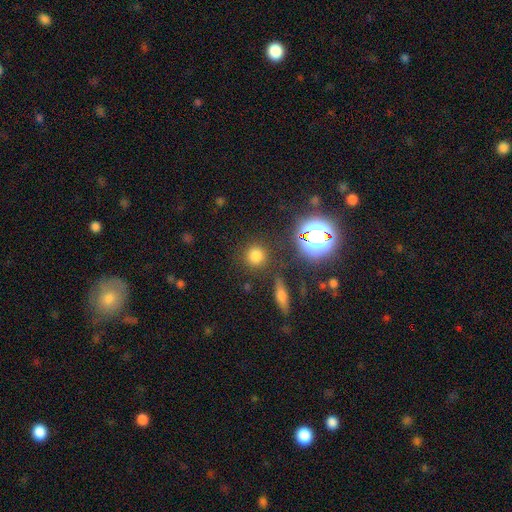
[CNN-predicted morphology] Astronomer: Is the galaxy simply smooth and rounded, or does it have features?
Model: smooth — 74%.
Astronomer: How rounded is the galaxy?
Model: round — 92%.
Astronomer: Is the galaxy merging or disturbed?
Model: none — 86%.